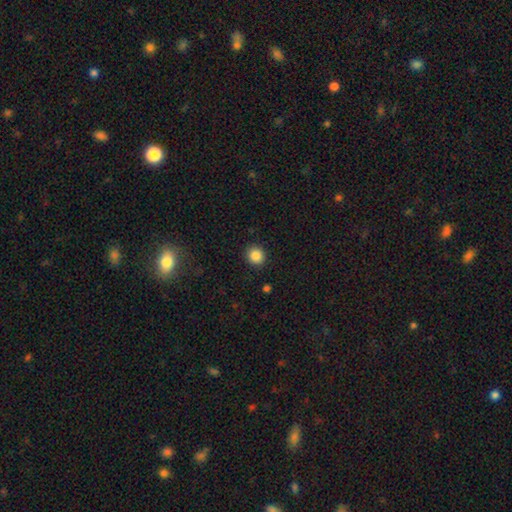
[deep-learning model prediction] smooth_or_featured: smooth (p=0.86) [alt: star or artifact p=0.10]
how_rounded: round (p=0.88) [alt: in between p=0.12]
merging: none (p=0.91) [alt: minor disturbance p=0.06]